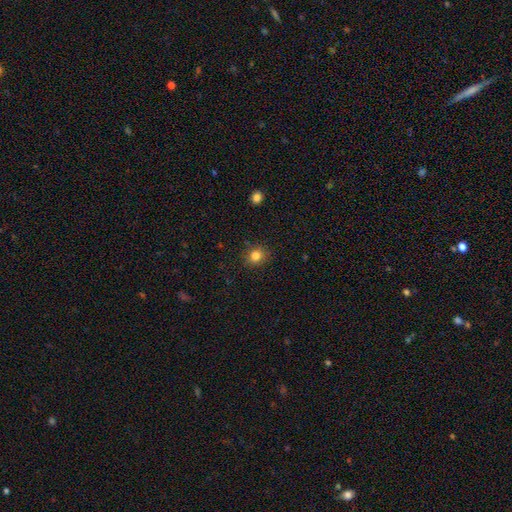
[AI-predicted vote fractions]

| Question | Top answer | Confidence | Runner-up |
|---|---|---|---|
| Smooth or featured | smooth | 83% | star or artifact (12%) |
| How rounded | round | 79% | in between (20%) |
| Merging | none | 88% | minor disturbance (8%) |